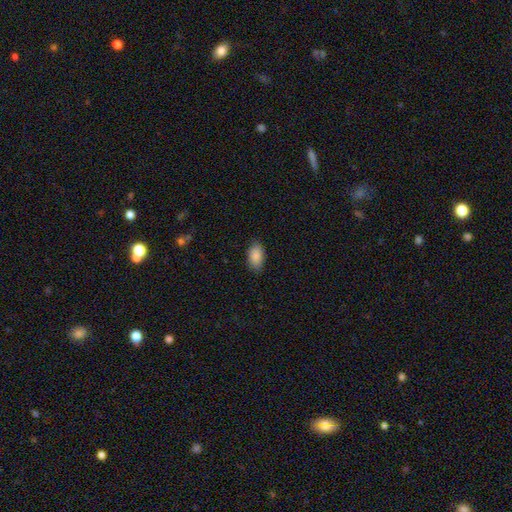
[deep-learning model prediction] Smooth or featured? Predicted: smooth (p=0.89). How rounded? Predicted: in between (p=0.94). Merging? Predicted: none (p=0.86).